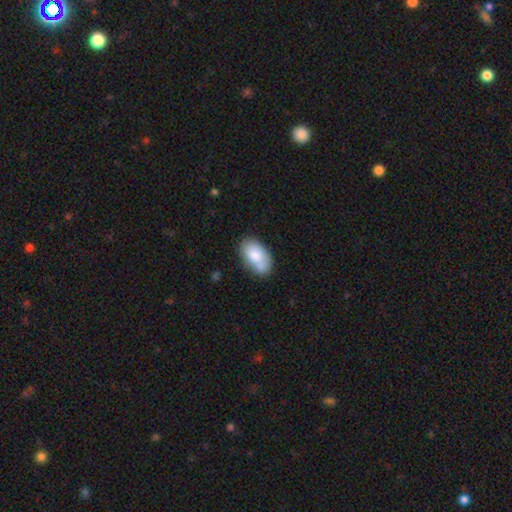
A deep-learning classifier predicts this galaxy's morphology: smooth 80%, featured or disk 13%, star or artifact 7%. Down the decision tree: how rounded — in between (93%); merging — none (59%).